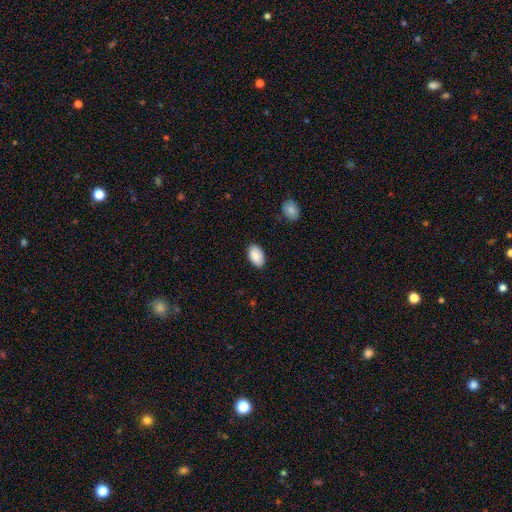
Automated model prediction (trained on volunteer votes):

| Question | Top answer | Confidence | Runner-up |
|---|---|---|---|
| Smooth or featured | smooth | 90% | star or artifact (6%) |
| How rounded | in between | 94% | round (5%) |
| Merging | none | 87% | minor disturbance (10%) |